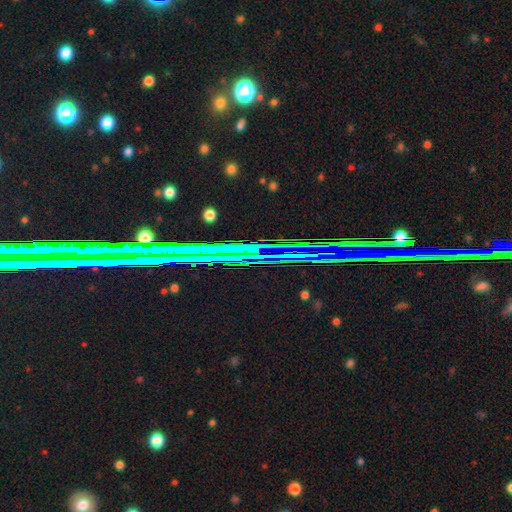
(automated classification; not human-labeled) Smooth or featured? Predicted: star or artifact (p=0.75).